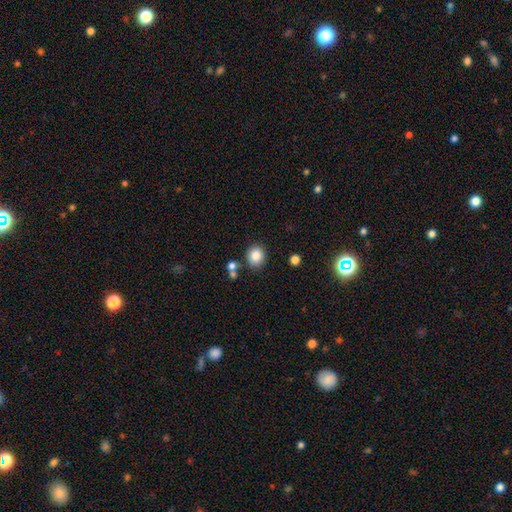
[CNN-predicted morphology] This appears to be a smooth galaxy with no disk features (85%) that is round (80%). Merging: none (82%).